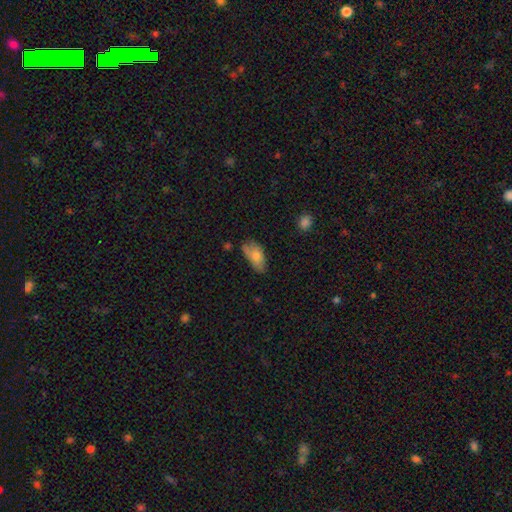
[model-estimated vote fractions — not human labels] Q: Smooth or featured?
A: smooth (74%); runner-up: featured or disk (18%)
Q: How rounded?
A: in between (90%); runner-up: cigar-shaped (6%)
Q: Merging?
A: none (54%); runner-up: minor disturbance (33%)